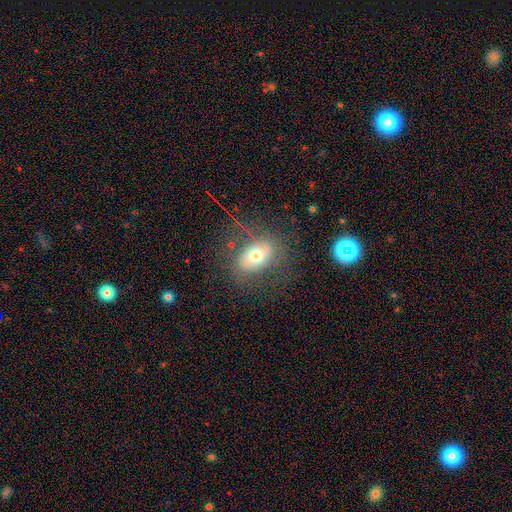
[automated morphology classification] smooth 59%, featured or disk 28%, star or artifact 13%. Down the decision tree: how rounded — in between (79%); merging — none (67%).